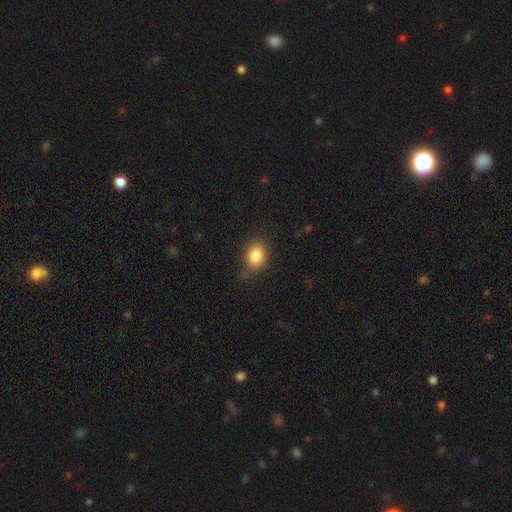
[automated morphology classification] The model was most divided on "how rounded": in between: 58%, round: 41%, cigar-shaped: 1%. More confident: smooth or featured — smooth (84%); merging — none (74%).